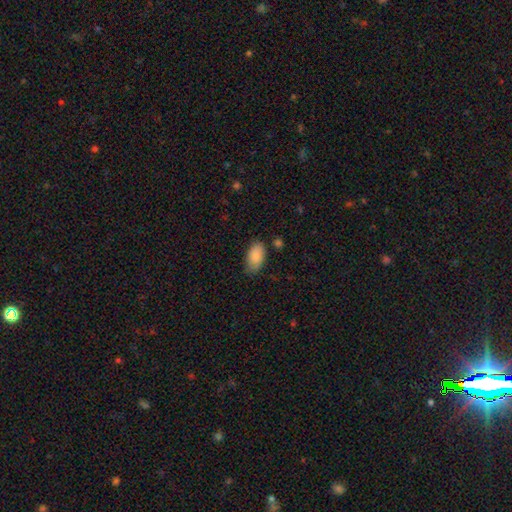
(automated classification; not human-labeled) smooth-or-featured: smooth: 87% | featured or disk: 6% | star or artifact: 6%
  how-rounded: in between: 94% | round: 4% | cigar-shaped: 2%
  merging: none: 73% | minor disturbance: 21% | major disturbance: 4% | merger: 2%